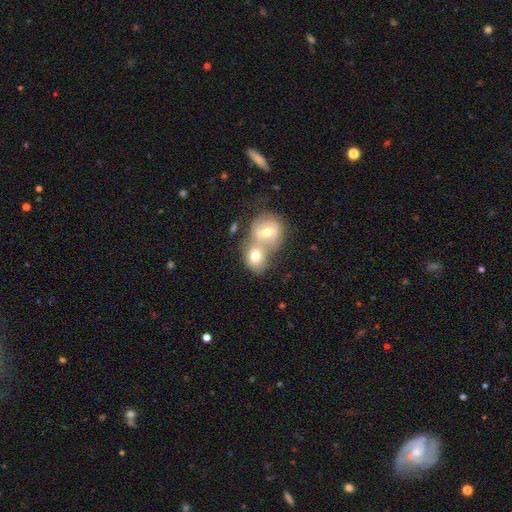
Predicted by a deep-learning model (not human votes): The model was most divided on "how rounded": round: 53%, in between: 46%, cigar-shaped: 1%. More confident: merging — merger (59%); smooth or featured — smooth (54%).